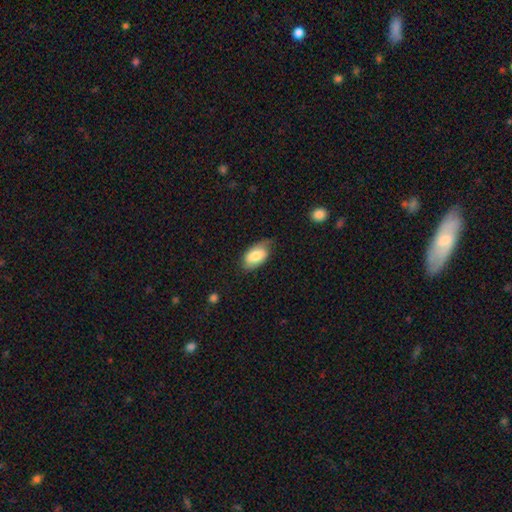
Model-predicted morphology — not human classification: smooth 71%, featured or disk 22%, star or artifact 6%. Down the decision tree: how rounded — in between (94%); merging — none (56%).